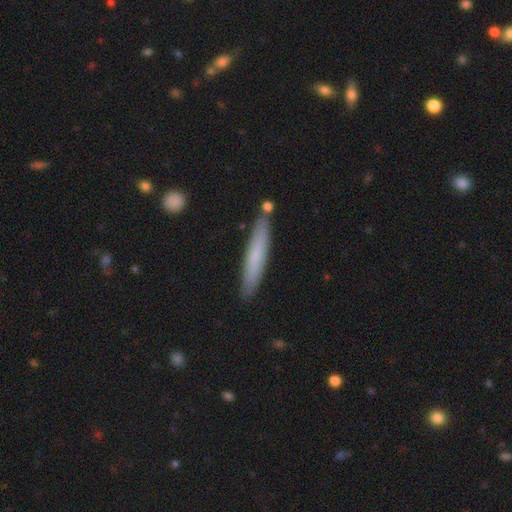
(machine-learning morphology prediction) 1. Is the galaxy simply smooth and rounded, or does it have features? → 69% smooth, 25% featured or disk, 6% star or artifact.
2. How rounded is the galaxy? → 93% cigar-shaped, 5% in between, 1% round.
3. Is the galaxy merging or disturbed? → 85% none, 10% minor disturbance, 3% merger, 2% major disturbance.